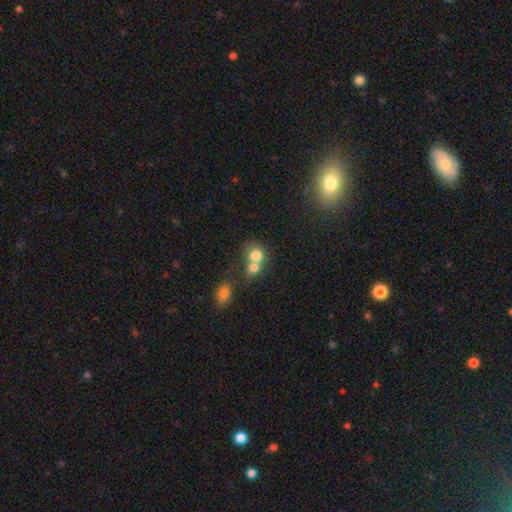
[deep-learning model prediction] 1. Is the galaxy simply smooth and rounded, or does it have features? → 76% smooth, 14% featured or disk, 11% star or artifact.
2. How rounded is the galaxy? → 70% round, 29% in between, 1% cigar-shaped.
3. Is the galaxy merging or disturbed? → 61% merger, 29% none, 7% minor disturbance, 4% major disturbance.